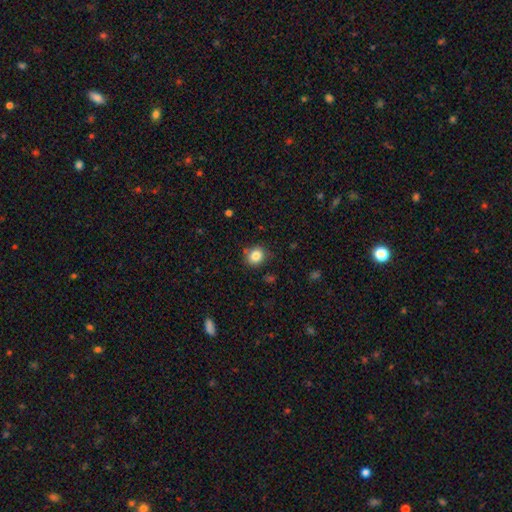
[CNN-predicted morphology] Smooth or featured?
  - smooth: 84% *
  - star or artifact: 10%
  - featured or disk: 6%
How rounded?
  - round: 72% *
  - in between: 27%
  - cigar-shaped: 1%
Merging?
  - none: 80% *
  - minor disturbance: 13%
  - merger: 4%
  - major disturbance: 3%